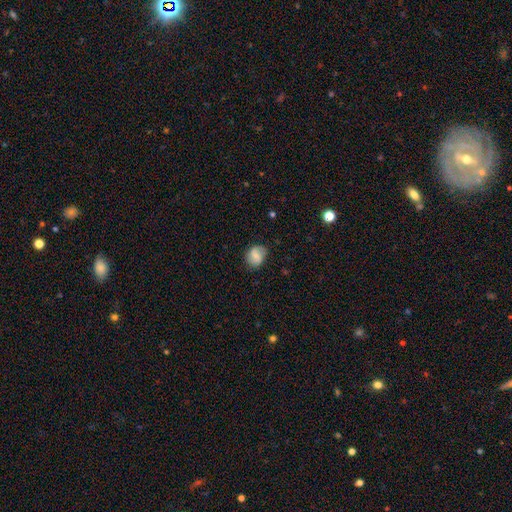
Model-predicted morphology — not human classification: smooth-or-featured: smooth: 56% | featured or disk: 35% | star or artifact: 9%
  how-rounded: round: 63% | in between: 35% | cigar-shaped: 1%
  merging: none: 75% | minor disturbance: 18% | major disturbance: 5% | merger: 1%